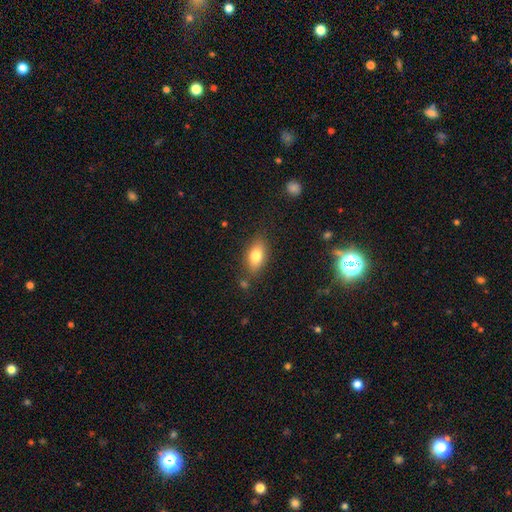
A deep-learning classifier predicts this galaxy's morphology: smooth-or-featured: smooth: 79% | featured or disk: 12% | star or artifact: 8%
  how-rounded: in between: 87% | round: 8% | cigar-shaped: 5%
  merging: none: 79% | minor disturbance: 14% | merger: 4% | major disturbance: 3%